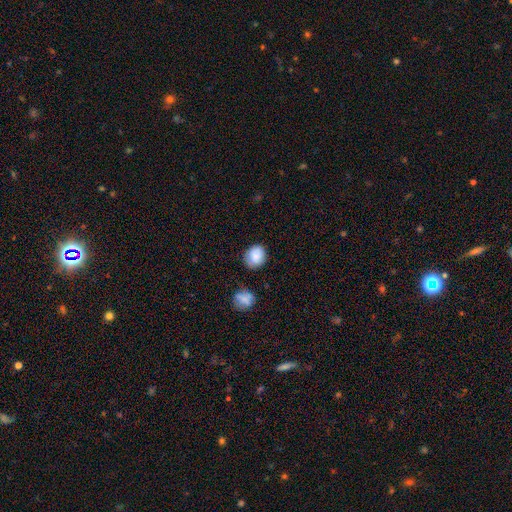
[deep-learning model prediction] This appears to be a smooth galaxy with no disk features (84%) that is round (63%). Merging: none (74%).